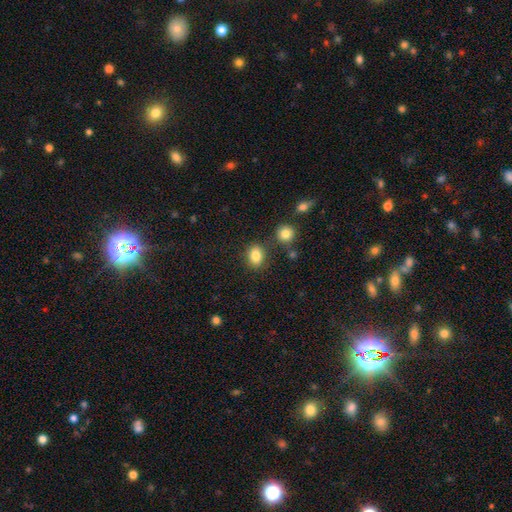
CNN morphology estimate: smooth_or_featured: smooth (p=0.84) [alt: star or artifact p=0.10]
how_rounded: in between (p=0.58) [alt: round p=0.41]
merging: none (p=0.80) [alt: minor disturbance p=0.10]